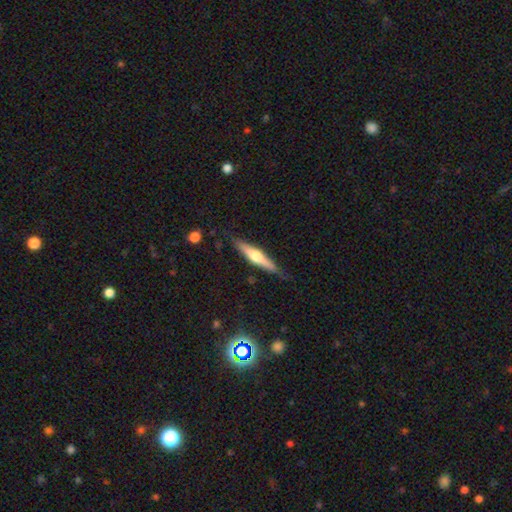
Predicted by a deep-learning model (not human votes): This appears to be a featured or disk galaxy (59%) viewed edge-on (96%) with a rounded central bulge (89%). Merging: none (82%).